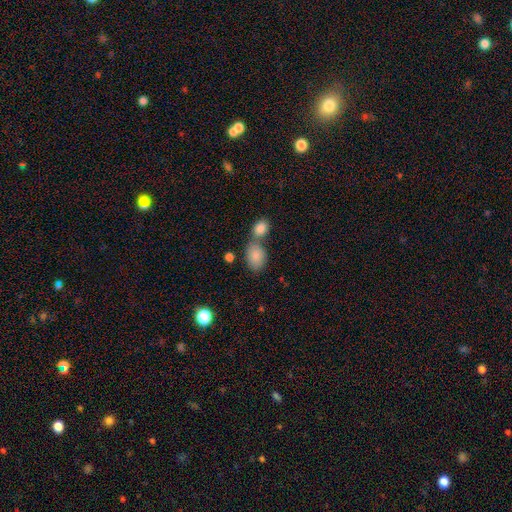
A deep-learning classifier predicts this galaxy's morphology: Q: Smooth or featured?
A: smooth (85%); runner-up: featured or disk (8%)
Q: How rounded?
A: in between (80%); runner-up: round (19%)
Q: Merging?
A: none (45%); runner-up: merger (40%)